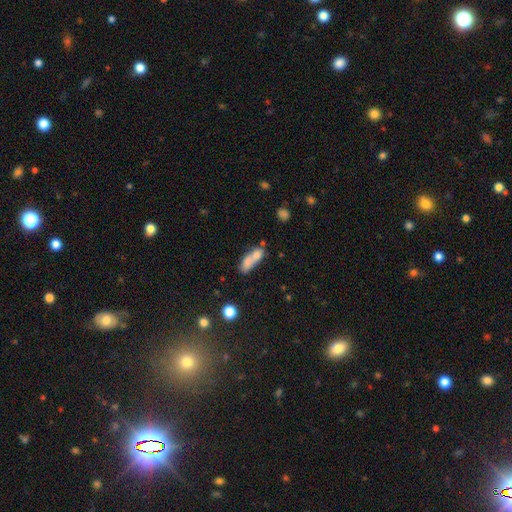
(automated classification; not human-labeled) Smooth or featured? smooth (67%)
How rounded? in between (63%)
Merging? merger (51%)